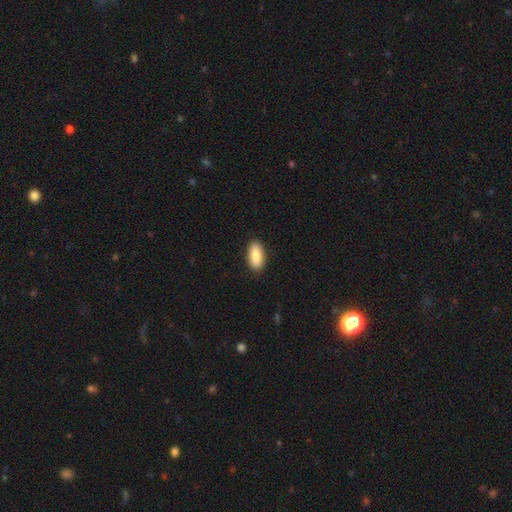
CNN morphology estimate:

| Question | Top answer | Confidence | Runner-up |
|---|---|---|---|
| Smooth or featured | smooth | 87% | featured or disk (7%) |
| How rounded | in between | 86% | cigar-shaped (12%) |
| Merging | none | 89% | minor disturbance (8%) |